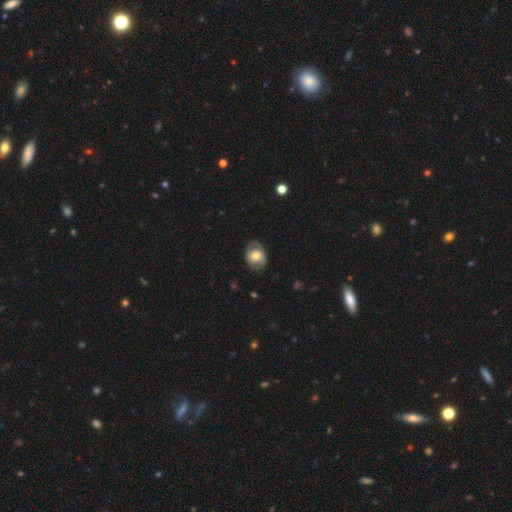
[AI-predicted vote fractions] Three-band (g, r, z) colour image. It shows a featured or disk galaxy (49%). Merging: none (74%).